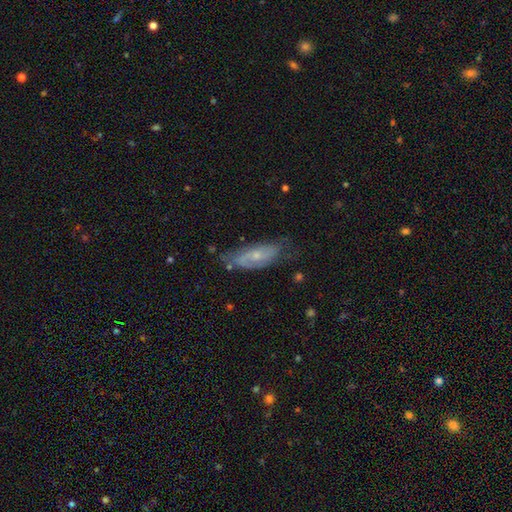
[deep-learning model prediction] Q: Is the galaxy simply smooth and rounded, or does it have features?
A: featured or disk — 61%.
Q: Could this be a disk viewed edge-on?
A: no — 85%.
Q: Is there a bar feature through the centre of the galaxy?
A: no — 61%.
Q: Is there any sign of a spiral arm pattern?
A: yes — 81%.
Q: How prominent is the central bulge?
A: small — 59%.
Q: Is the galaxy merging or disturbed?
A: none — 62%.